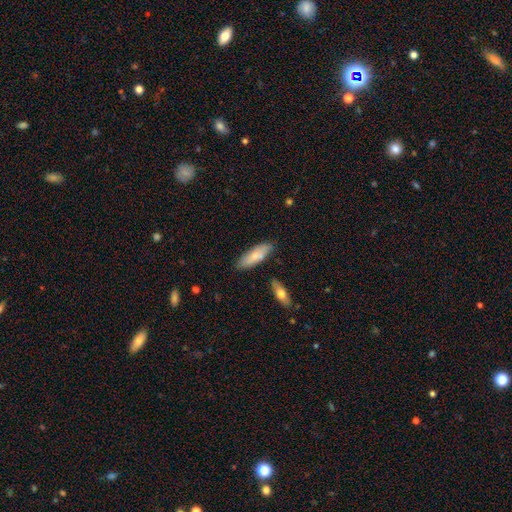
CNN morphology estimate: Overall: smooth (76%). How rounded: in between (61%; cigar-shaped 37%). Merging: none (77%).